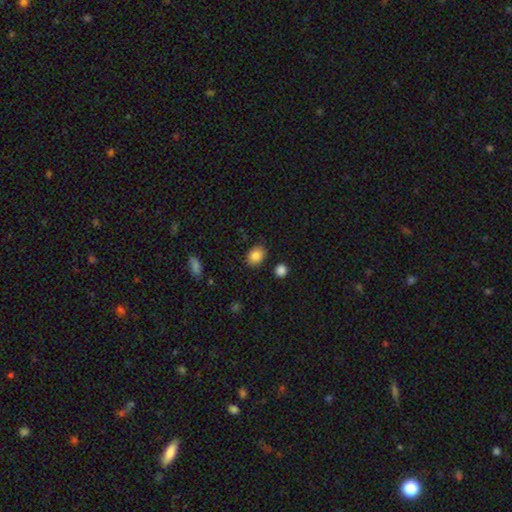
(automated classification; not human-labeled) Smooth or featured: smooth — 85% (star or artifact — 9%)
How rounded: in between — 52% (round — 47%)
Merging: none — 83% (minor disturbance — 12%)